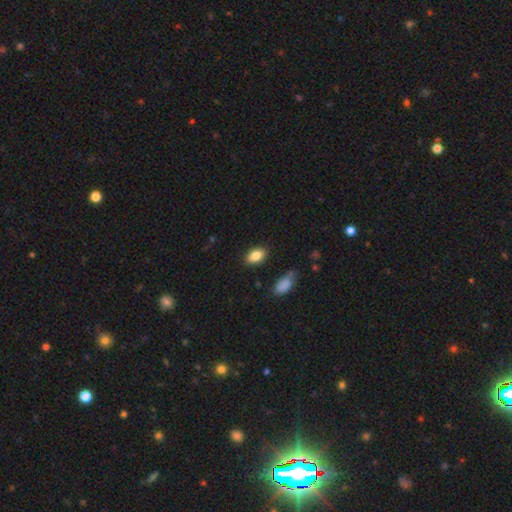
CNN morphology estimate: Smooth or featured? smooth (84%)
How rounded? in between (89%)
Merging? none (84%)